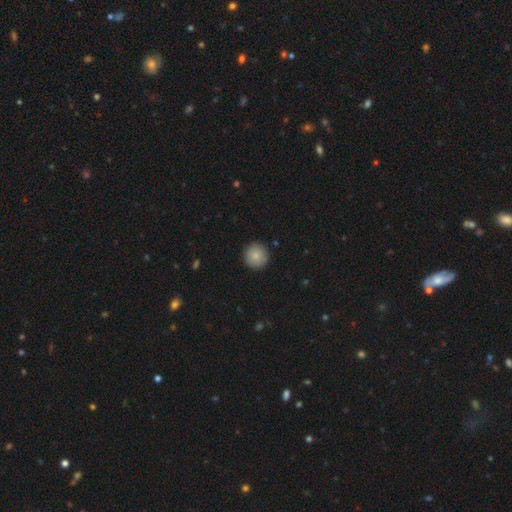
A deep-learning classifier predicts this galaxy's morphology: Smooth or featured? Predicted: smooth (p=0.86). How rounded? Predicted: round (p=0.95). Merging? Predicted: none (p=0.91).